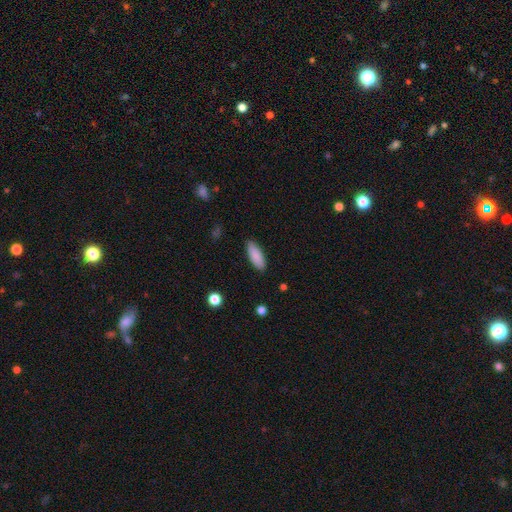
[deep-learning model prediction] Smooth or featured? Predicted: smooth (p=0.89). How rounded? Predicted: in between (p=0.68). Merging? Predicted: none (p=0.88).